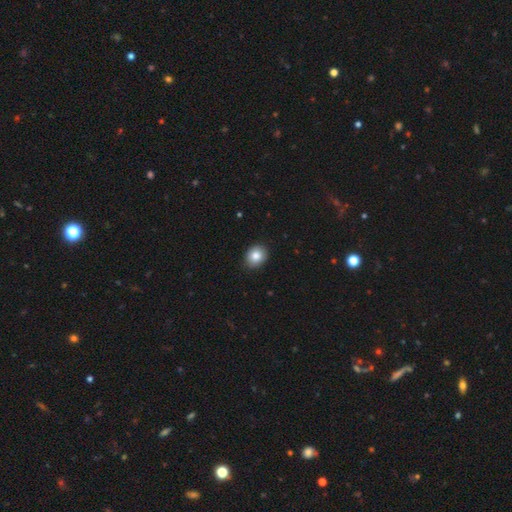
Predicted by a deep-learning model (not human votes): smooth 84%, star or artifact 9%, featured or disk 7%. Down the decision tree: how rounded — round (61%); merging — none (89%).